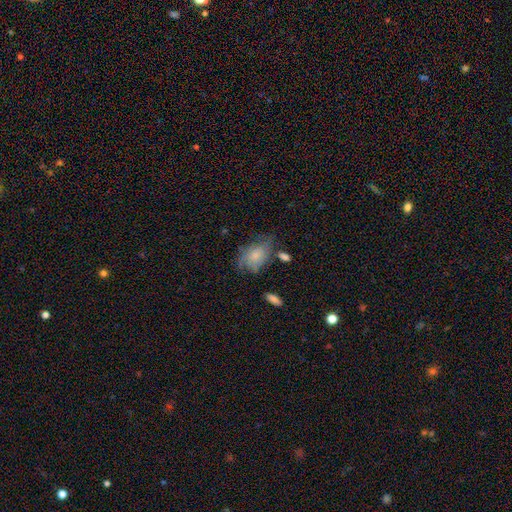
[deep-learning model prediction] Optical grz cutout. It shows a smooth galaxy with no disk features (68%) that is in between round and cigar-shaped (82%). Merging: none (45%).